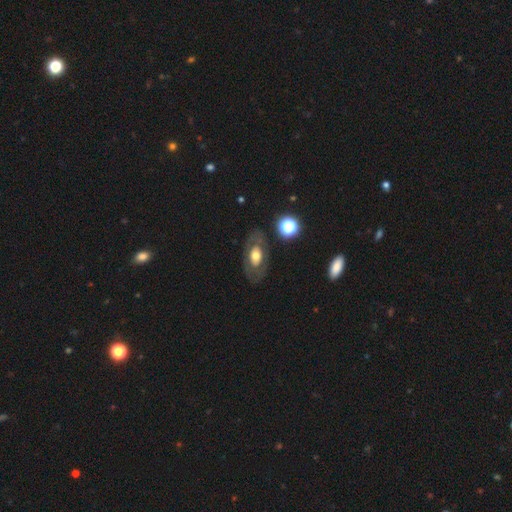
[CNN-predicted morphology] smooth-or-featured: featured or disk: 51% | smooth: 41% | star or artifact: 8%
  disk-edge-on: no: 89% | yes: 11%
  merging: none: 76% | minor disturbance: 14% | major disturbance: 8% | merger: 2%